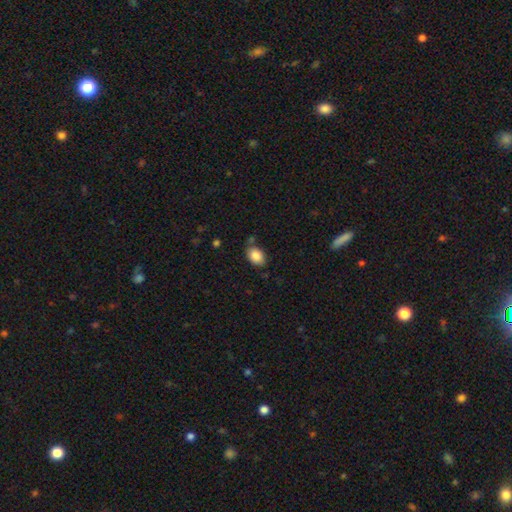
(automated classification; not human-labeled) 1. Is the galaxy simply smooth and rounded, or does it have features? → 87% smooth, 8% star or artifact, 5% featured or disk.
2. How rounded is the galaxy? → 82% in between, 17% round, 1% cigar-shaped.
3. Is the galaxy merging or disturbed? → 70% none, 17% minor disturbance, 8% merger, 4% major disturbance.